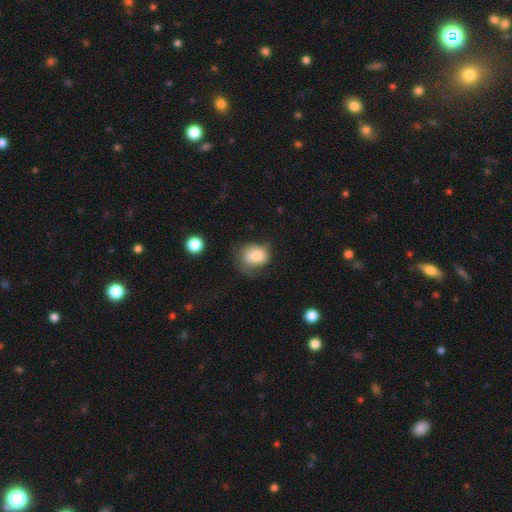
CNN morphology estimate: Smooth or featured? smooth (71%)
How rounded? in between (54%)
Merging? none (39%)